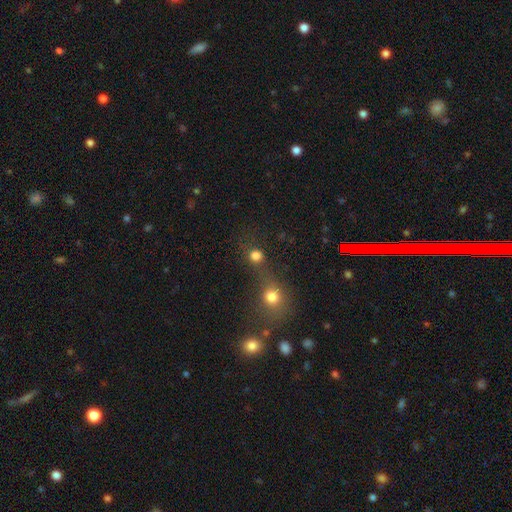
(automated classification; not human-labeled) Q: Smooth or featured?
A: smooth (77%); runner-up: star or artifact (16%)
Q: How rounded?
A: round (89%); runner-up: in between (10%)
Q: Merging?
A: none (50%); runner-up: merger (38%)